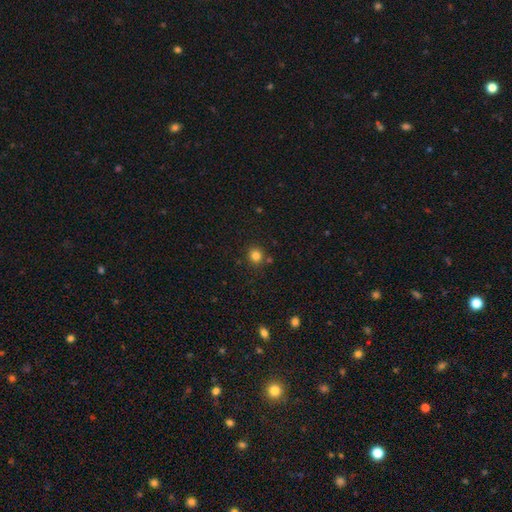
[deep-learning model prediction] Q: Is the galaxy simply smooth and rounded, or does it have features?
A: smooth — 82%.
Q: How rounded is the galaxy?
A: round — 88%.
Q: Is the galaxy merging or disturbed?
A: none — 81%.